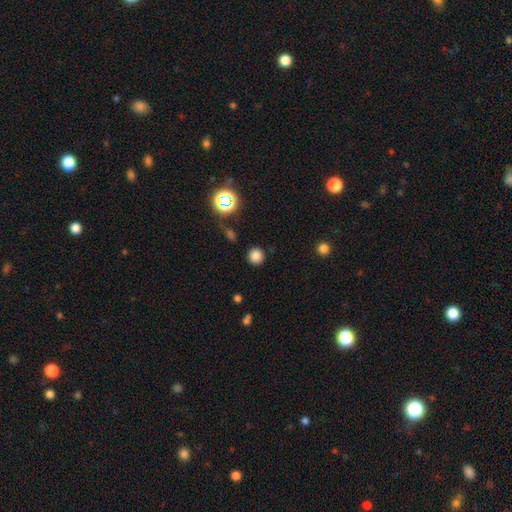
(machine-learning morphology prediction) smooth-or-featured: smooth: 80% | star or artifact: 16% | featured or disk: 5%
  how-rounded: round: 94% | in between: 5% | cigar-shaped: 1%
  merging: none: 89% | minor disturbance: 7% | major disturbance: 3% | merger: 2%